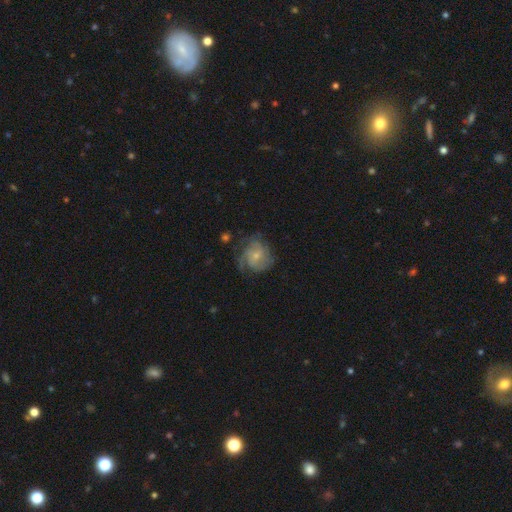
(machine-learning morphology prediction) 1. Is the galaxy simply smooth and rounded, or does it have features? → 71% featured or disk, 21% smooth, 7% star or artifact.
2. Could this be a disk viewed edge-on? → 98% no, 2% yes.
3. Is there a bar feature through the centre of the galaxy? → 72% no, 25% weak, 3% strong.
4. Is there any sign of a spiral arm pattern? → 92% yes, 8% no.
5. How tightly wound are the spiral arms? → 43% tight, 41% medium, 16% loose.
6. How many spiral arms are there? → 29% can't tell (tied), 29% 3 (tied), 17% 2, 12% 4, 7% 1, 6% more than 4.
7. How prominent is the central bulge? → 66% small, 28% moderate, 3% none, 2% large, 1% dominant.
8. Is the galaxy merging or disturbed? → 60% none, 23% minor disturbance, 15% major disturbance, 2% merger.